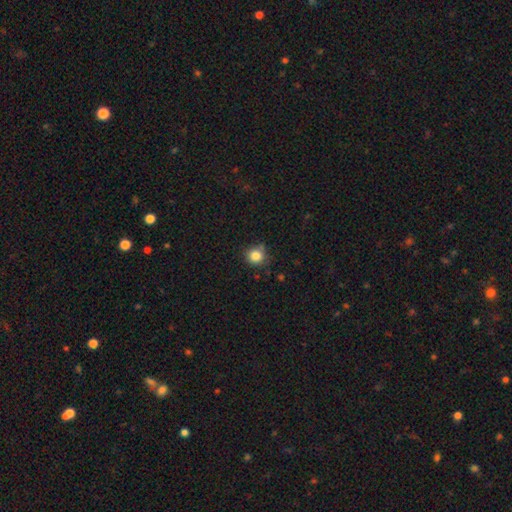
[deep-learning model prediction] A smooth galaxy with no disk features (83%) that is round (90%). Merging: none (79%).